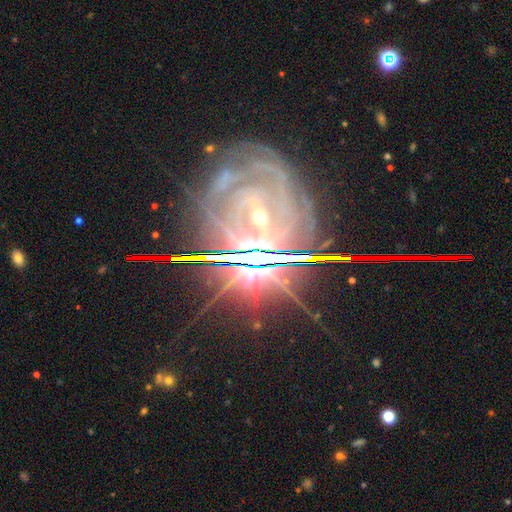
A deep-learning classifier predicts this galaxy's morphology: The model was most divided on "smooth or featured": featured or disk: 57%, star or artifact: 35%, smooth: 8%. More confident: edge-on disk — no (87%); merging — none (69%).